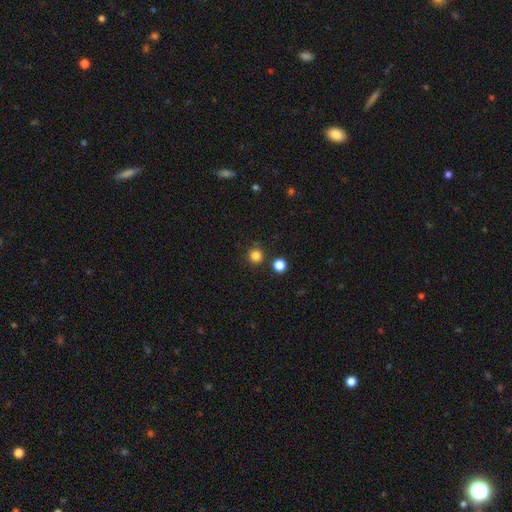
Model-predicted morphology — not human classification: Overall: smooth (83%). How rounded: round (95%). Merging: none (86%).